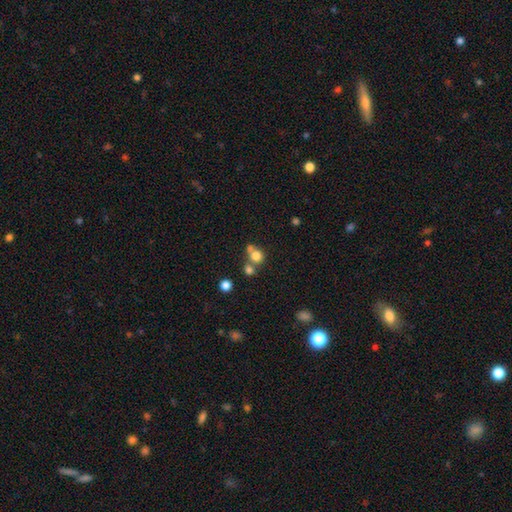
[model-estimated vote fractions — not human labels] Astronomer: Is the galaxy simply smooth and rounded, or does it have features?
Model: smooth — 77%.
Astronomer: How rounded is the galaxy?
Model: round — 85%.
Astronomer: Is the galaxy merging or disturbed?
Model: none — 45% (runner-up: merger, 43%).